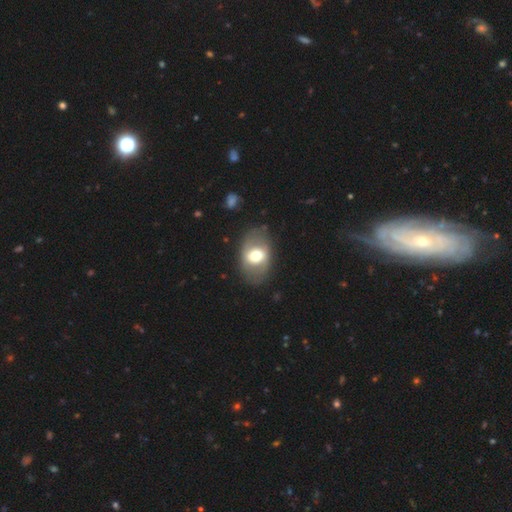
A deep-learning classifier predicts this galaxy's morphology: smooth-or-featured: smooth: 49% | featured or disk: 45% | star or artifact: 7%
  merging: none: 79% | minor disturbance: 13% | major disturbance: 6% | merger: 2%